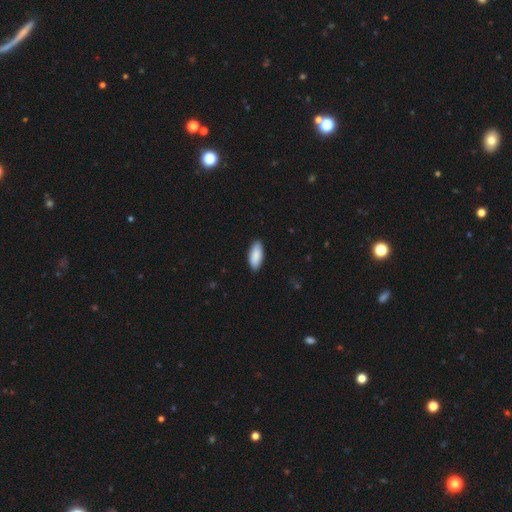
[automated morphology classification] The model was most divided on "how rounded": in between: 85%, cigar-shaped: 13%, round: 2%. More confident: smooth or featured — smooth (90%); merging — none (89%).